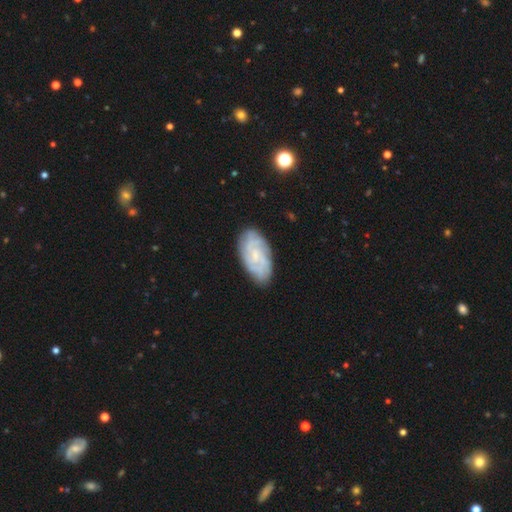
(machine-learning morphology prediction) A featured or disk galaxy (73%) with no bar (64%), tight (62%) spiral arms (93%) and a small central bulge (59%).

Vote fractions:
- Smooth or featured? featured or disk: 73% / smooth: 21% / star or artifact: 7%
- Edge-on disk? no: 96% / yes: 4%
- Bar? no: 64% / weak: 31% / strong: 5%
- Spiral arms? yes: 93% / no: 7%
- Spiral winding? tight: 62% / medium: 30% / loose: 8%
- Spiral arm count? can't tell: 39% / 4: 19% / 3: 17% / 2: 13% / more than 4: 6% / 1: 5%
- Bulge size? small: 59% / moderate: 23% / none: 15% / large: 2% / dominant: 1%
- Merging? none: 79% / minor disturbance: 15% / major disturbance: 4% / merger: 1%